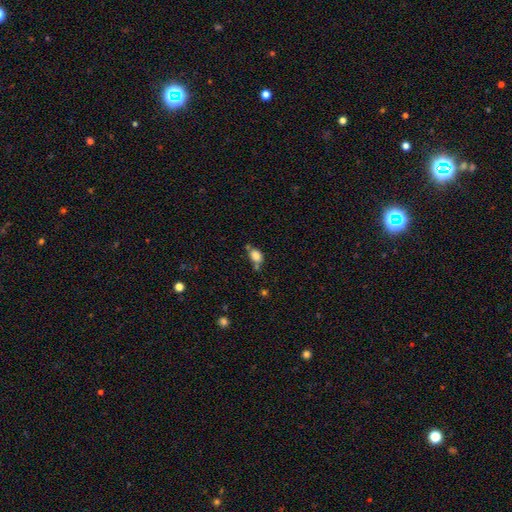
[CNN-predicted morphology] Smooth or featured: smooth — 82% (star or artifact — 10%)
How rounded: in between — 74% (round — 24%)
Merging: none — 54% (minor disturbance — 20%)